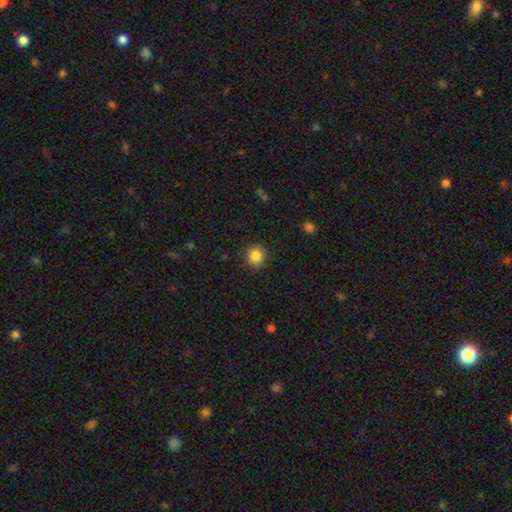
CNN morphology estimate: The model was most divided on "smooth or featured": smooth: 86%, star or artifact: 11%, featured or disk: 4%. More confident: how rounded — round (92%); merging — none (90%).